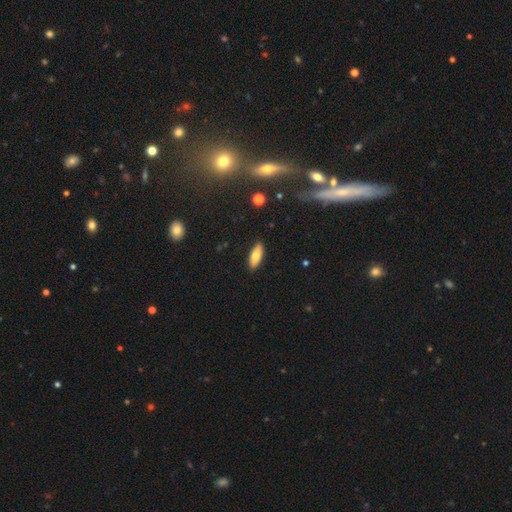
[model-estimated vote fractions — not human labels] The model was most divided on "how rounded": in between: 76%, cigar-shaped: 21%, round: 2%. More confident: merging — none (89%); smooth or featured — smooth (75%).